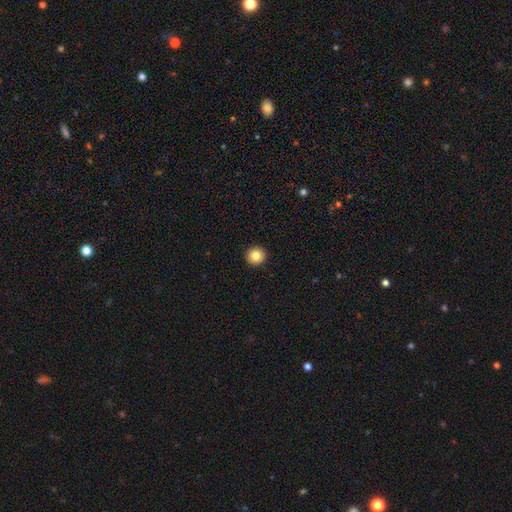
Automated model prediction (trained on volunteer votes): The model was most divided on "smooth or featured": smooth: 84%, star or artifact: 10%, featured or disk: 7%. More confident: how rounded — round (96%); merging — none (94%).